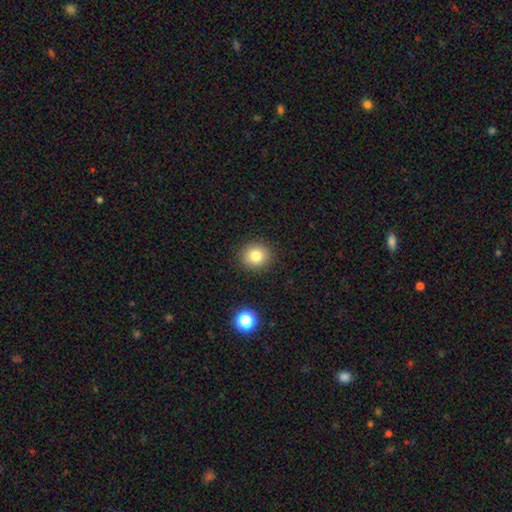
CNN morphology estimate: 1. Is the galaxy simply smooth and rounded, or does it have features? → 81% smooth, 12% star or artifact, 7% featured or disk.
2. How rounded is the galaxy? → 85% round, 14% in between, 1% cigar-shaped.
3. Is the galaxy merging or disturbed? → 90% none, 6% minor disturbance, 2% major disturbance, 1% merger.